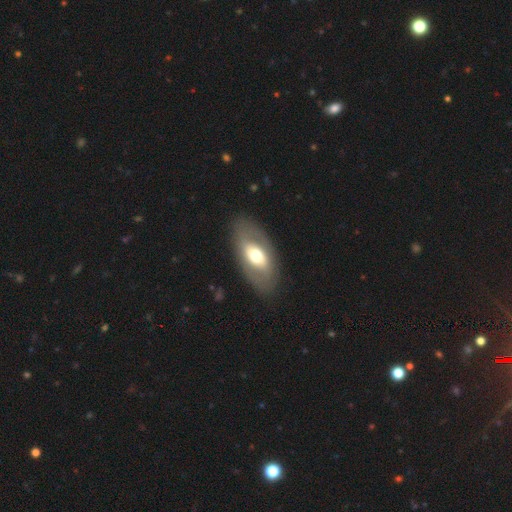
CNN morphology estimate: Overall: featured or disk (47%, tied with smooth). Merging: none (83%).